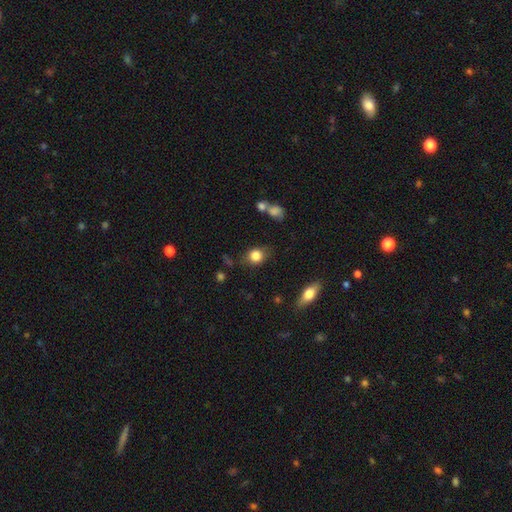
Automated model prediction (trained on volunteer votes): Q: Smooth or featured?
A: smooth (83%); runner-up: star or artifact (10%)
Q: How rounded?
A: round (64%); runner-up: in between (34%)
Q: Merging?
A: none (74%); runner-up: minor disturbance (18%)